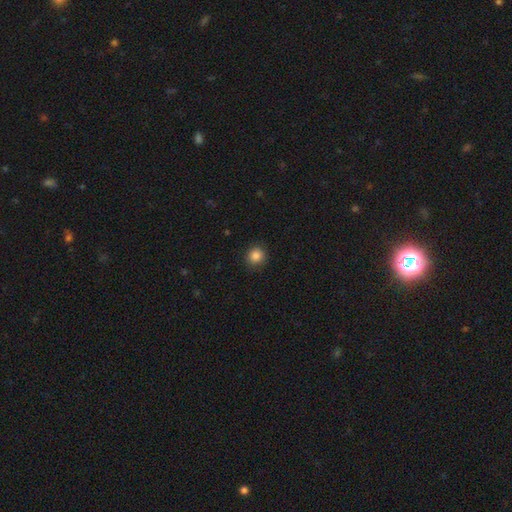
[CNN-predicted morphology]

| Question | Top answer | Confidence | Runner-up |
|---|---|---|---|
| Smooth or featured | smooth | 86% | star or artifact (11%) |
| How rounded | round | 88% | in between (11%) |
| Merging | none | 89% | minor disturbance (8%) |